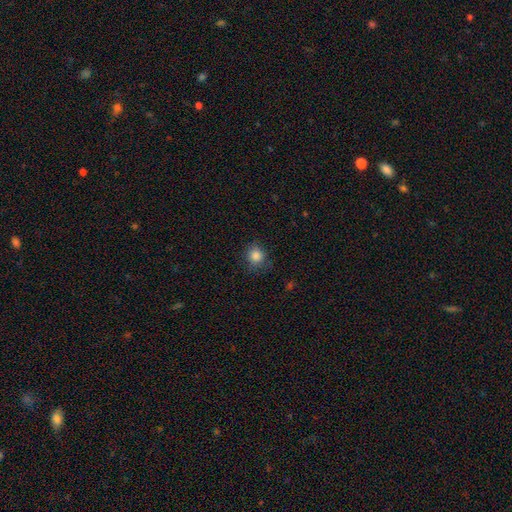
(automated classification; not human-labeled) Smooth or featured?
  - smooth: 85% *
  - star or artifact: 11%
  - featured or disk: 5%
How rounded?
  - round: 87% *
  - in between: 12%
  - cigar-shaped: 1%
Merging?
  - none: 81% *
  - minor disturbance: 14%
  - major disturbance: 4%
  - merger: 1%